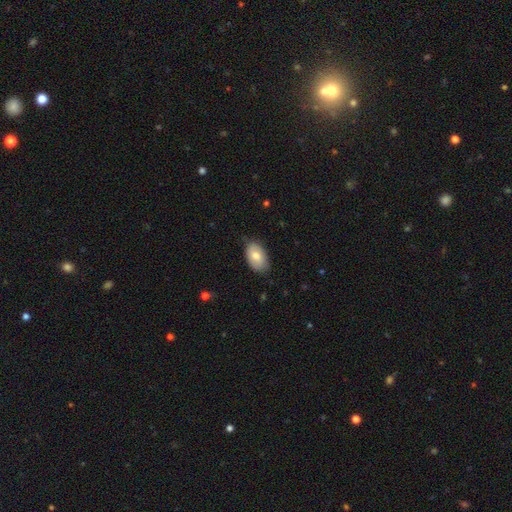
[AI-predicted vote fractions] This is likely a smooth galaxy (75%). How rounded: clearly in between (93%). Merging: likely none (77%).